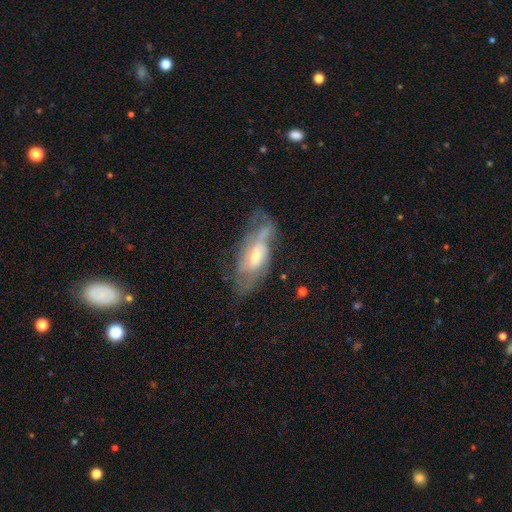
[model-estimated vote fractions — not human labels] This appears to be a featured or disk galaxy (71%) with no bar (50%), spiral arms (79%) and a moderate central bulge (55%). Merging: none (47%).